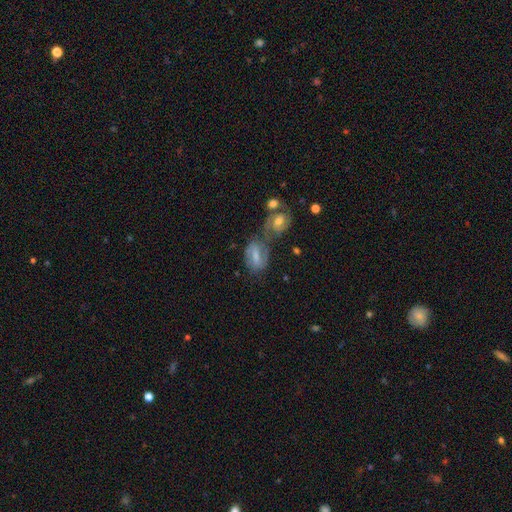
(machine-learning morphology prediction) type=featured or disk (52%); edge-on=no (94%); merging=merger (38%).